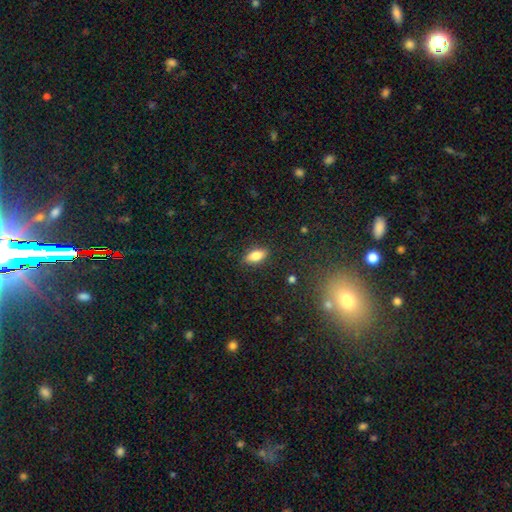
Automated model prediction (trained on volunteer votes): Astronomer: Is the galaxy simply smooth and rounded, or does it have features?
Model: smooth — 81%.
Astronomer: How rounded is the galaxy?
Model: in between — 86%.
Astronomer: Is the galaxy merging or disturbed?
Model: none — 87%.